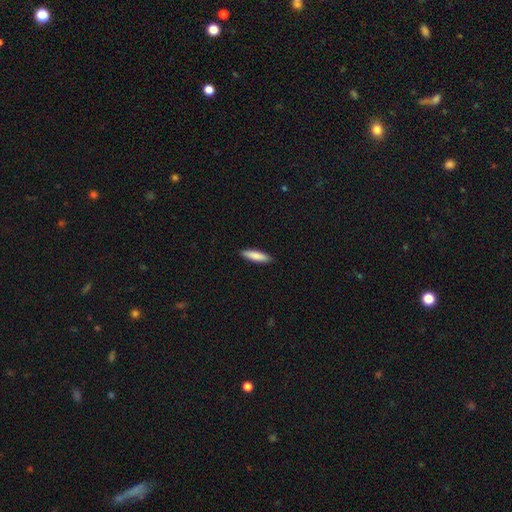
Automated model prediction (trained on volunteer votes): This appears to be a smooth galaxy with no disk features (85%) that is cigar-shaped (72%). Merging: none (90%).